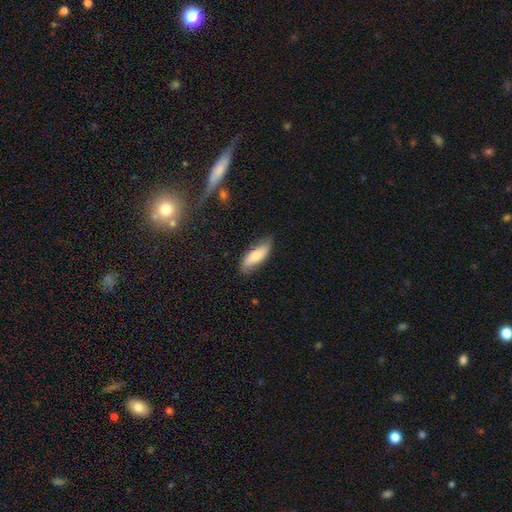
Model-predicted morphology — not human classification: Smooth or featured? smooth (71%)
How rounded? in between (60%)
Merging? none (76%)